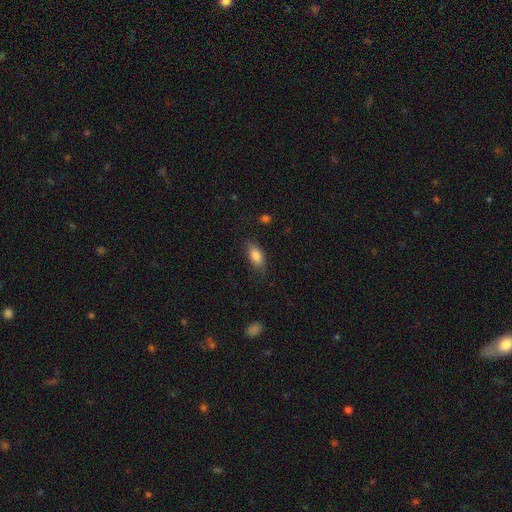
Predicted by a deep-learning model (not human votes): The model was most divided on "merging": none: 79%, minor disturbance: 16%, major disturbance: 4%, merger: 1%. More confident: how rounded — in between (87%); smooth or featured — smooth (84%).